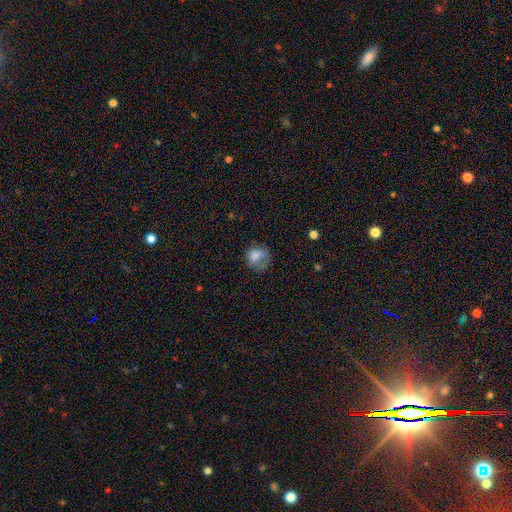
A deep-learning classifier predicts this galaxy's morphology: The model was most divided on "merging": none: 39%, major disturbance: 30%, minor disturbance: 29%, merger: 3%. More confident: smooth or featured — smooth (76%); how rounded — round (64%).